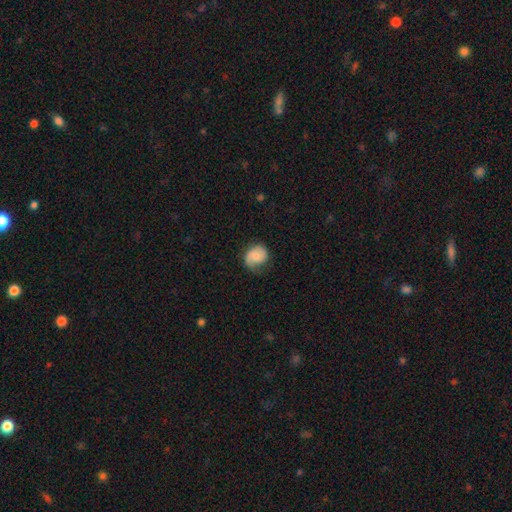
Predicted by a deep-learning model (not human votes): A smooth galaxy with no disk features (57%) that is round (66%).

Vote fractions:
- Smooth or featured? smooth: 57% / featured or disk: 35% / star or artifact: 8%
- How rounded? round: 66% / in between: 33% / cigar-shaped: 1%
- Merging? none: 57% / minor disturbance: 28% / major disturbance: 13% / merger: 1%